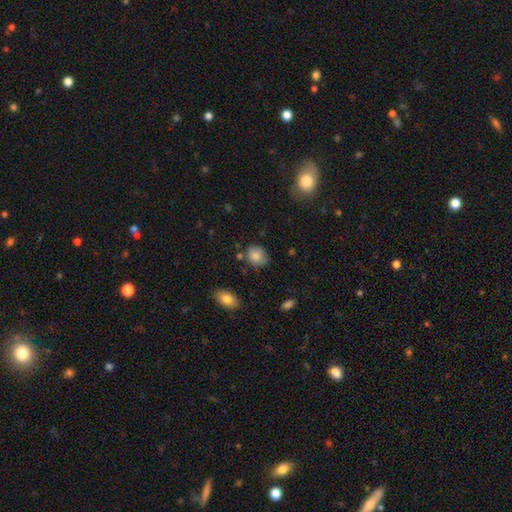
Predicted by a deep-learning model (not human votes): Smooth or featured? Predicted: smooth (p=0.83). How rounded? Predicted: round (p=0.60). Merging? Predicted: none (p=0.68).